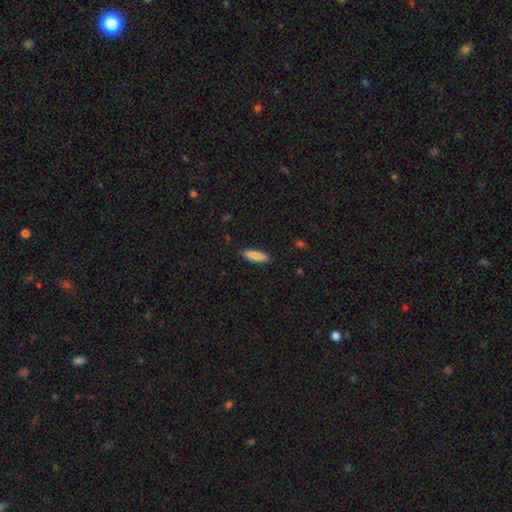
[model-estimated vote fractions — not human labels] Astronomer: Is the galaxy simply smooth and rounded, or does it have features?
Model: smooth — 86%.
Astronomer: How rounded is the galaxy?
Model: cigar-shaped — 64%.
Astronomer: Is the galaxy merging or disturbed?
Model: none — 87%.